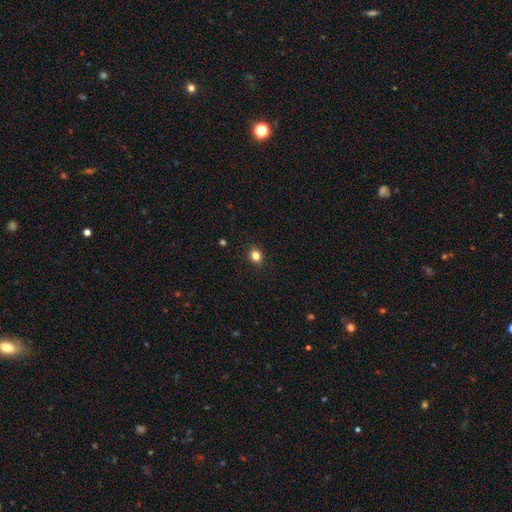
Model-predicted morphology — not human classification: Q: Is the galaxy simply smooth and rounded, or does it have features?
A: smooth — 82%.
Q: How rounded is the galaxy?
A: round — 64%.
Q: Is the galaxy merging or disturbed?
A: none — 90%.